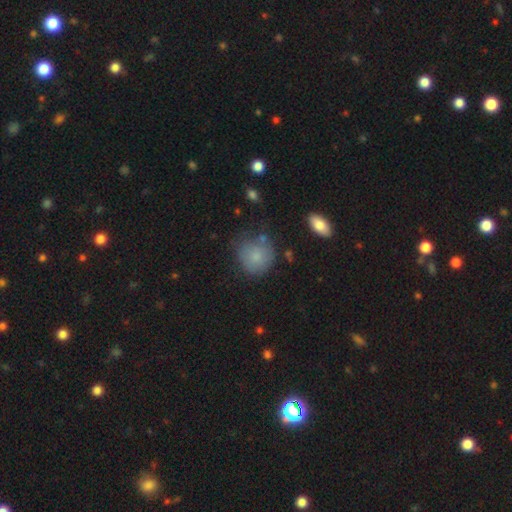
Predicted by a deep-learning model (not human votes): Smooth or featured?
  - smooth: 79% *
  - featured or disk: 12%
  - star or artifact: 9%
How rounded?
  - round: 86% *
  - in between: 13%
  - cigar-shaped: 1%
Merging?
  - none: 63% *
  - minor disturbance: 24%
  - major disturbance: 8%
  - merger: 4%